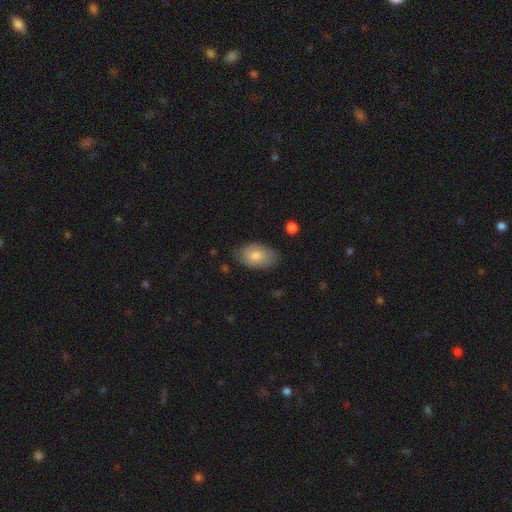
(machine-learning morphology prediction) type=smooth (78%); roundness=in between (92%); merging=none (77%).